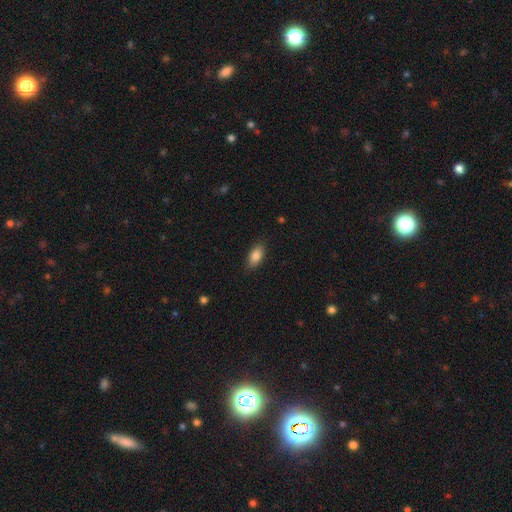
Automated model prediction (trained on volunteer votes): Smooth or featured? smooth (85%)
How rounded? in between (90%)
Merging? none (86%)